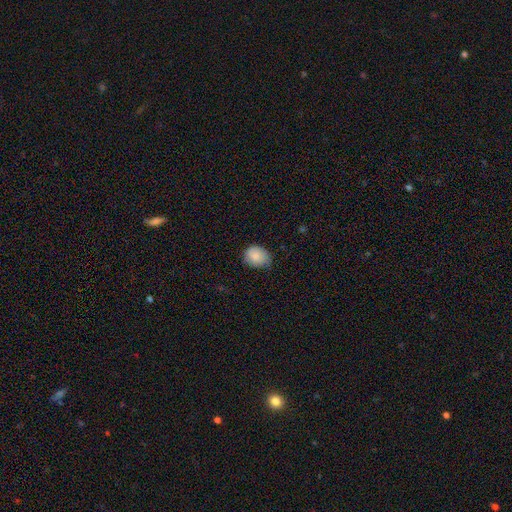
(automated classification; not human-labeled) Overall: smooth (87%). How rounded: in between (50%; round 49%). Merging: none (61%; minor disturbance 32%).